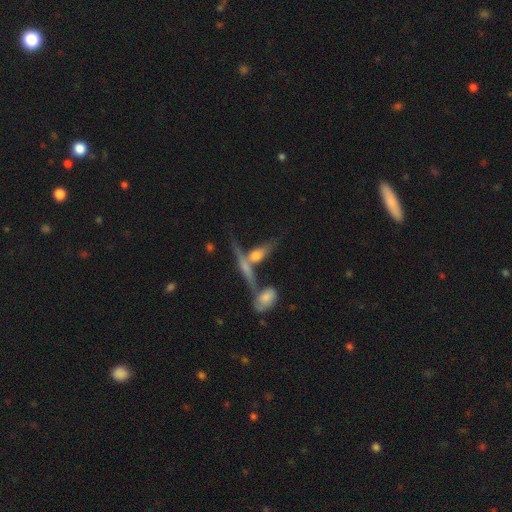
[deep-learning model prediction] Morphology: type=featured or disk (41%); merging=merger (41%).